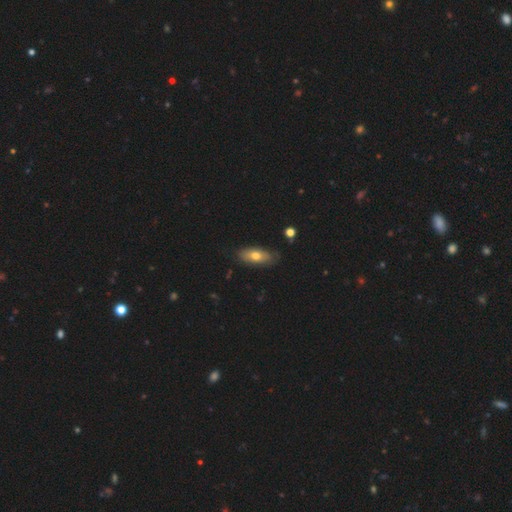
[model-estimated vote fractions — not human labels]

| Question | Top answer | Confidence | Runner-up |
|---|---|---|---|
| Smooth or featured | smooth | 66% | featured or disk (27%) |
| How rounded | in between | 84% | cigar-shaped (12%) |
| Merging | none | 79% | minor disturbance (16%) |